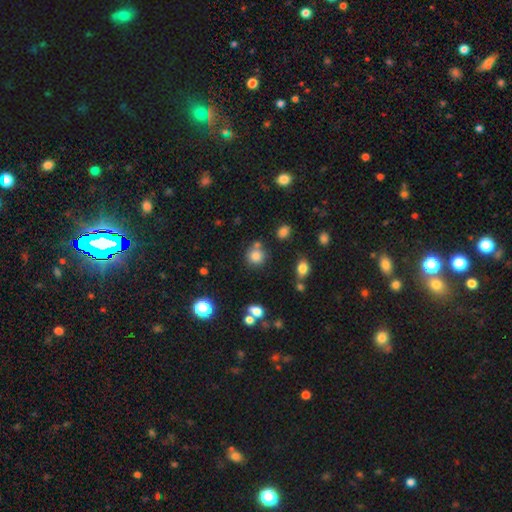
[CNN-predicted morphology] smooth-or-featured: smooth: 79% | star or artifact: 14% | featured or disk: 7%
  how-rounded: round: 86% | in between: 13% | cigar-shaped: 1%
  merging: none: 67% | merger: 16% | minor disturbance: 13% | major disturbance: 5%